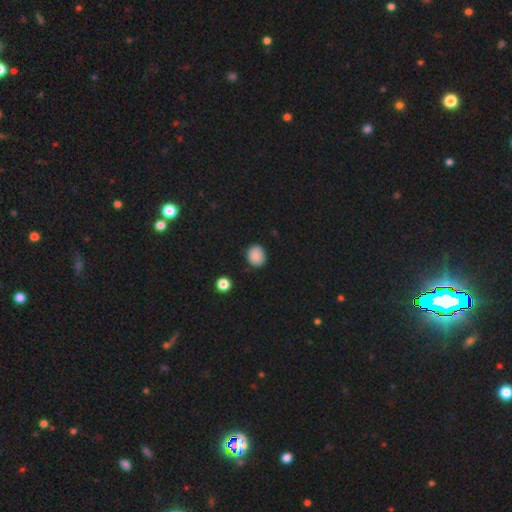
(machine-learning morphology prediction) A smooth galaxy with no disk features (87%) that is round (64%).

Vote fractions:
- Smooth or featured? smooth: 87% / star or artifact: 9% / featured or disk: 3%
- How rounded? round: 64% / in between: 36% / cigar-shaped: 1%
- Merging? none: 83% / minor disturbance: 12% / major disturbance: 3% / merger: 2%